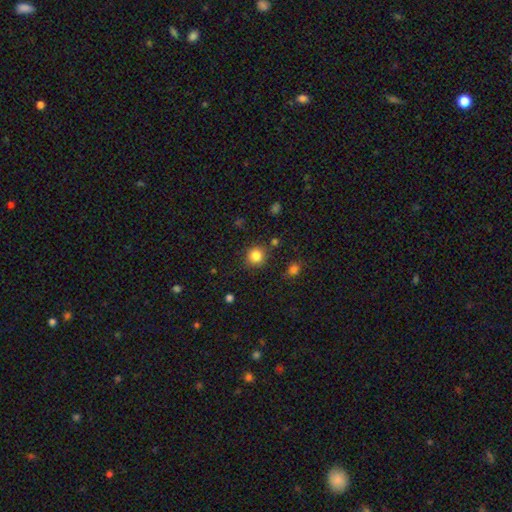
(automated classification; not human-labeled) smooth_or_featured: smooth (p=0.84) [alt: star or artifact p=0.11]
how_rounded: round (p=0.92) [alt: in between p=0.07]
merging: none (p=0.85) [alt: minor disturbance p=0.08]